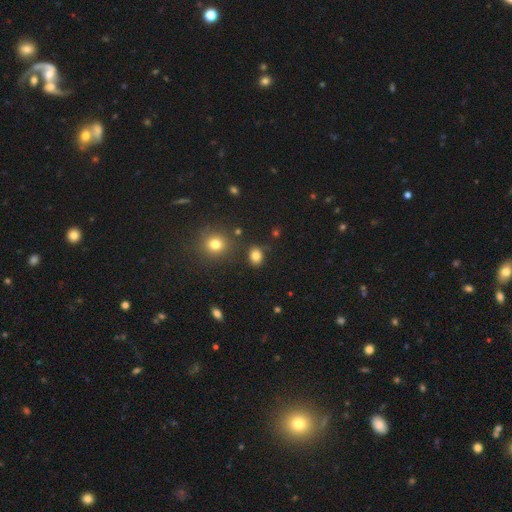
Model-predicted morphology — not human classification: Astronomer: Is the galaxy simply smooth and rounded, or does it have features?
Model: smooth — 82%.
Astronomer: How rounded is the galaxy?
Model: round — 54% (runner-up: in between, 45%).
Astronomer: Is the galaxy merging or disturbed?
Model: none — 81%.